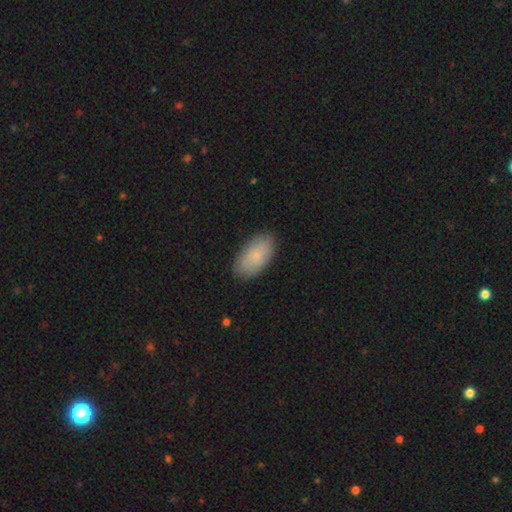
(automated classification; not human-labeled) smooth 81%, featured or disk 13%, star or artifact 6%. Down the decision tree: how rounded — in between (95%); merging — none (85%).